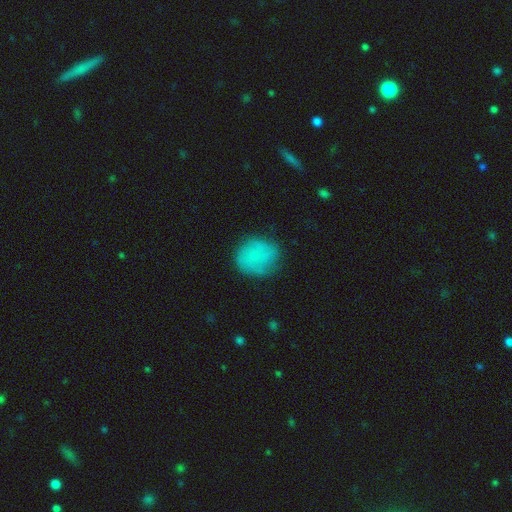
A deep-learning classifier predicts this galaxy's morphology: smooth-or-featured: smooth: 67% | featured or disk: 24% | star or artifact: 10%
  how-rounded: round: 82% | in between: 17% | cigar-shaped: 1%
  merging: none: 66% | minor disturbance: 24% | major disturbance: 8% | merger: 2%